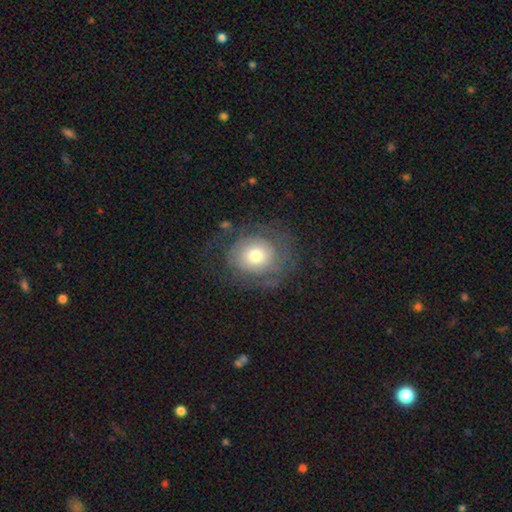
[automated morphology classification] A featured or disk galaxy (53%) with no bar (84%), spiral arms (75%) and a moderate central bulge (62%).

Vote fractions:
- Smooth or featured? featured or disk: 53% / smooth: 38% / star or artifact: 9%
- Edge-on disk? no: 97% / yes: 3%
- Bar? no: 84% / weak: 13% / strong: 3%
- Spiral arms? yes: 75% / no: 25%
- Bulge size? moderate: 62% / small: 18% / large: 17% / dominant: 3% / none: 1%
- Merging? none: 64% / minor disturbance: 18% / major disturbance: 16% / merger: 2%